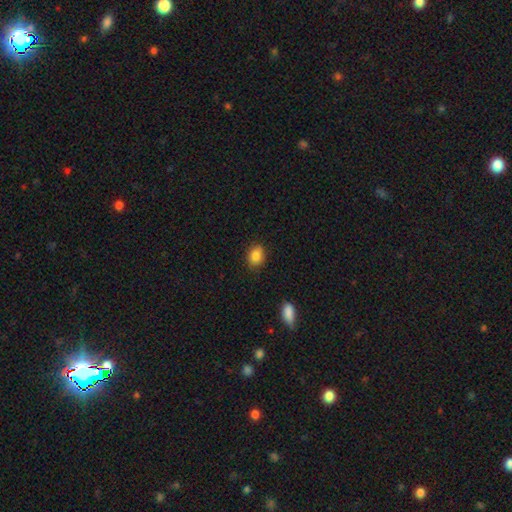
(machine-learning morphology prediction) Smooth or featured?
  - smooth: 86% *
  - star or artifact: 9%
  - featured or disk: 5%
How rounded?
  - in between: 57% *
  - round: 41%
  - cigar-shaped: 1%
Merging?
  - none: 85% *
  - minor disturbance: 11%
  - major disturbance: 2%
  - merger: 1%